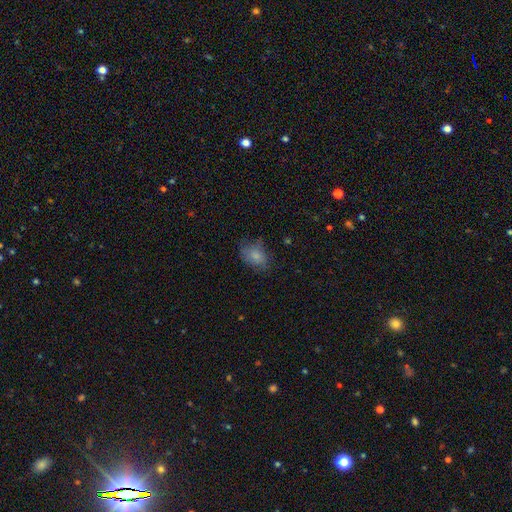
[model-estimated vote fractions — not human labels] This is likely a smooth galaxy (78%). How rounded: likely in between (75%). Merging: possibly none (59%).